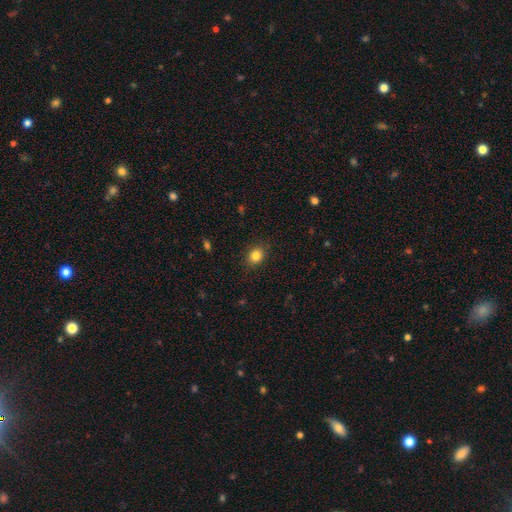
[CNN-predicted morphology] Overall: smooth (85%). How rounded: round (60%; in between 39%). Merging: none (87%).